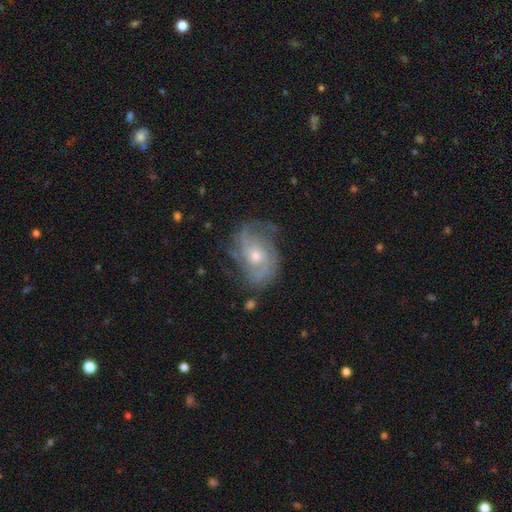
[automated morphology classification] type=featured or disk (85%); edge-on=no (97%); bar=no (71%); spiral arms=yes (95%); winding=tight (44%); arm count=2 (29%); bulge=moderate (52%); merging=none (69%).